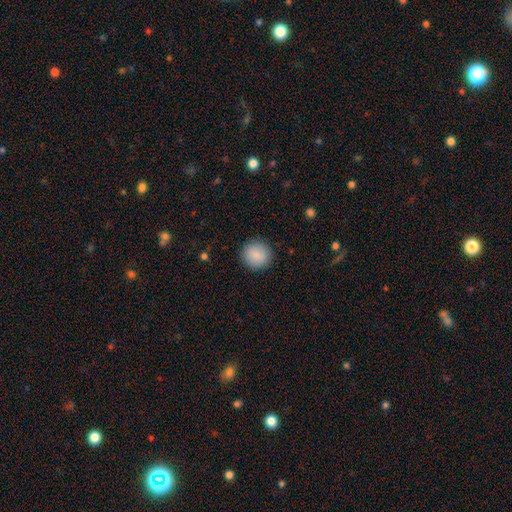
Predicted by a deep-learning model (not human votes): This appears to be a smooth galaxy with no disk features (89%) that is round (90%). Merging: none (90%).